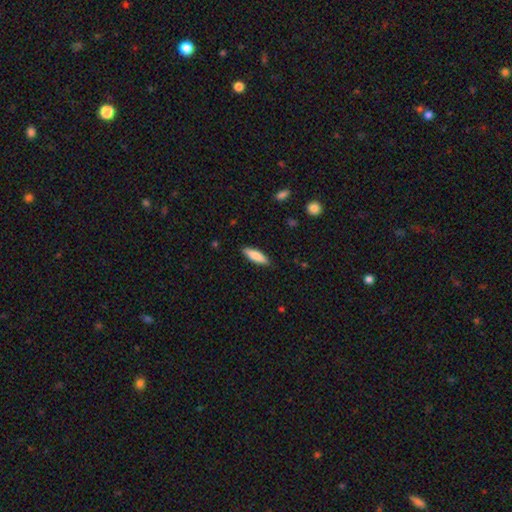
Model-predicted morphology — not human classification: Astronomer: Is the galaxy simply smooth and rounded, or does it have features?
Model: smooth — 81%.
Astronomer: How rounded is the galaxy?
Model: cigar-shaped — 54% (runner-up: in between, 44%).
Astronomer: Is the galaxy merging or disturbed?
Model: none — 88%.